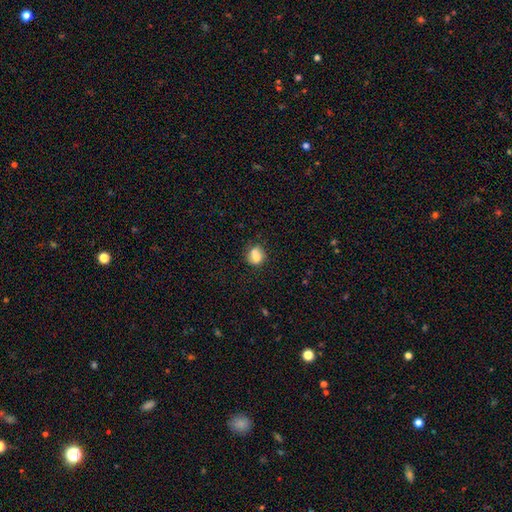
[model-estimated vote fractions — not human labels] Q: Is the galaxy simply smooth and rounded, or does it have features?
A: smooth — 75%.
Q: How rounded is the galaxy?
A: round — 68%.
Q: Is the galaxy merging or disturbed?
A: none — 51%.